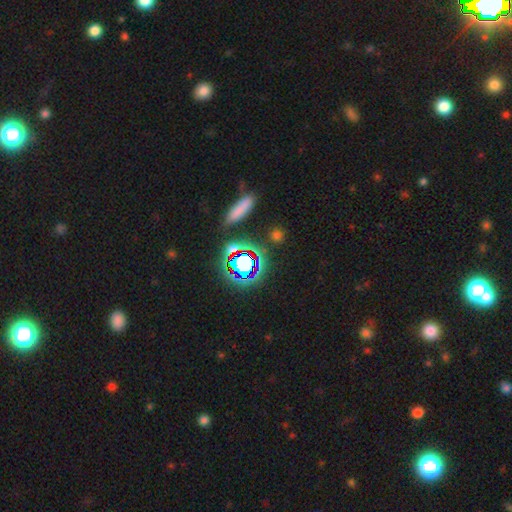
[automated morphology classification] Overall: star or artifact (69%).